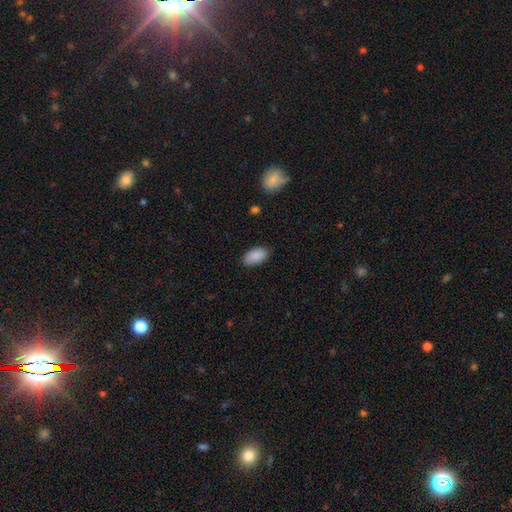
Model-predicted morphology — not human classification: Smooth or featured?
  - smooth: 89% *
  - star or artifact: 7%
  - featured or disk: 4%
How rounded?
  - in between: 94% *
  - round: 3%
  - cigar-shaped: 2%
Merging?
  - none: 86% *
  - minor disturbance: 11%
  - major disturbance: 2%
  - merger: 1%